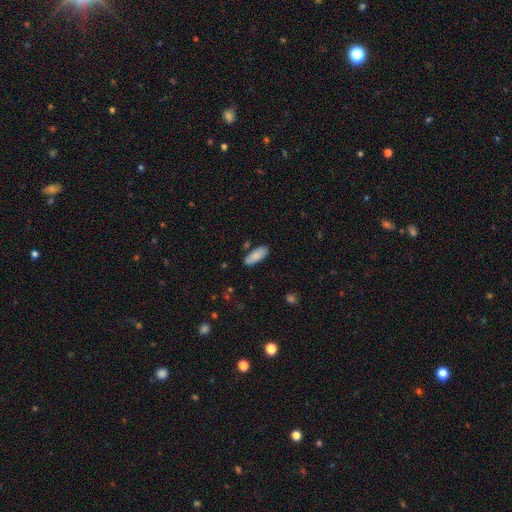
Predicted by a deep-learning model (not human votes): Overall: smooth (87%). How rounded: in between (73%). Merging: none (83%).